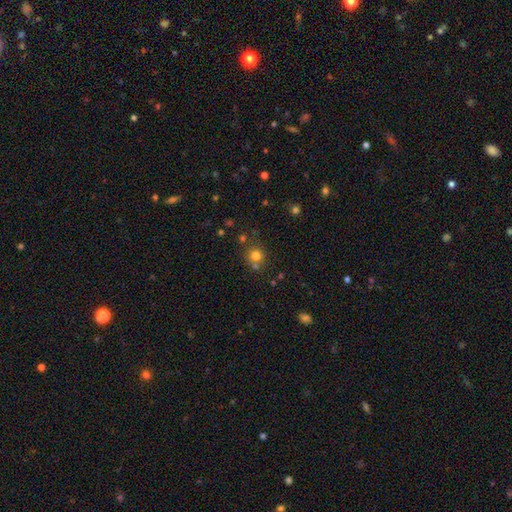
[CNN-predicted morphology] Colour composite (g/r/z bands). It shows a smooth galaxy with no disk features (75%) that is round (90%). Merging: none (70%).